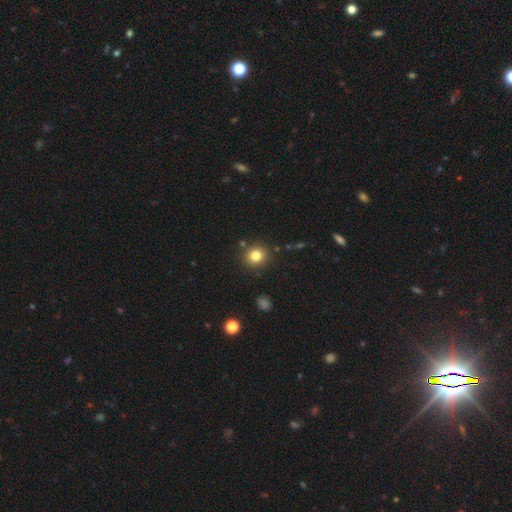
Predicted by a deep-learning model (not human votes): Q: Smooth or featured?
A: smooth (81%); runner-up: star or artifact (12%)
Q: How rounded?
A: round (87%); runner-up: in between (12%)
Q: Merging?
A: none (86%); runner-up: minor disturbance (7%)